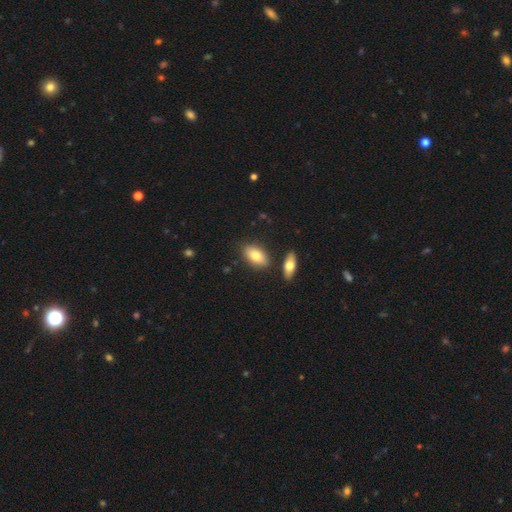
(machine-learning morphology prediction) smooth_or_featured: smooth (p=0.78) [alt: featured or disk p=0.15]
how_rounded: in between (p=0.91) [alt: round p=0.05]
merging: none (p=0.78) [alt: minor disturbance p=0.10]